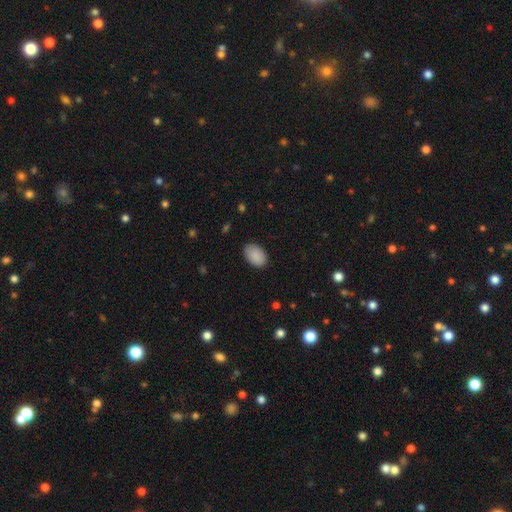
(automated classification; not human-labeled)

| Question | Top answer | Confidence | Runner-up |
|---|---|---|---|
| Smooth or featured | smooth | 90% | star or artifact (7%) |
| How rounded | in between | 89% | round (10%) |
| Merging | none | 85% | minor disturbance (12%) |